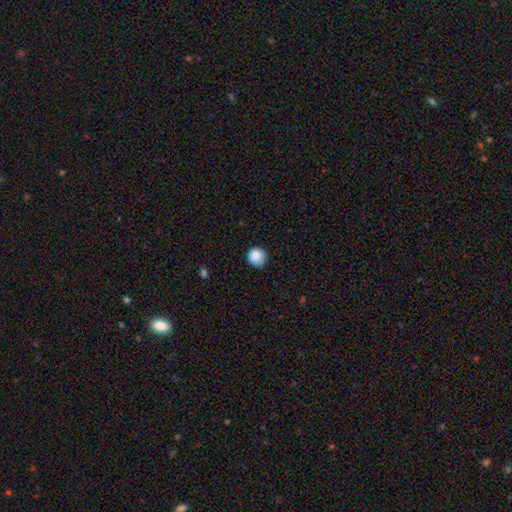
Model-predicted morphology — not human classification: smooth-or-featured: smooth: 88% | star or artifact: 9% | featured or disk: 3%
  how-rounded: round: 94% | in between: 5% | cigar-shaped: 1%
  merging: none: 82% | minor disturbance: 14% | major disturbance: 3% | merger: 1%